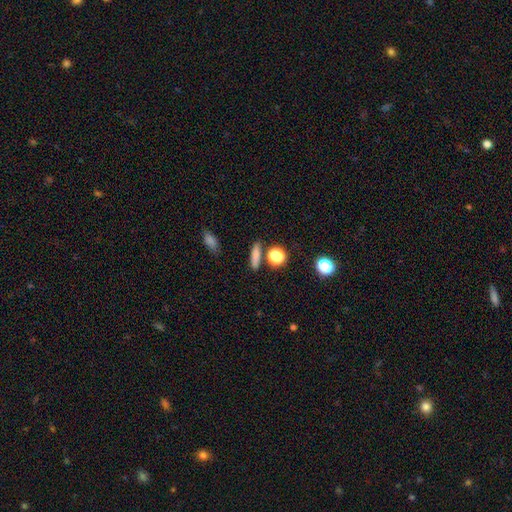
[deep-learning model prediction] This is likely a smooth galaxy (79%). How rounded: possibly cigar-shaped (46%). Merging: clearly none (82%).